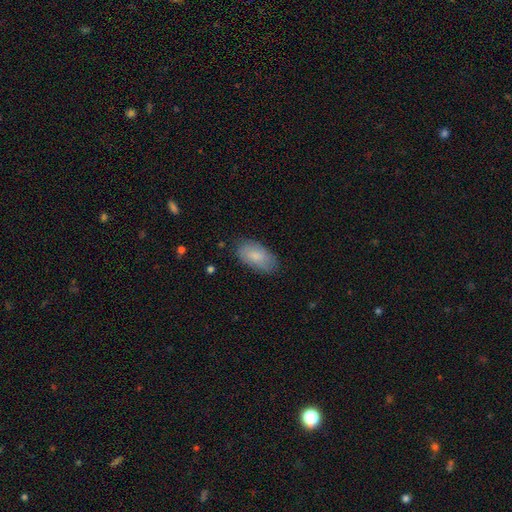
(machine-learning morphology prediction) Smooth or featured?
  - smooth: 80% *
  - featured or disk: 15%
  - star or artifact: 6%
How rounded?
  - in between: 94% *
  - round: 3%
  - cigar-shaped: 3%
Merging?
  - none: 80% *
  - minor disturbance: 16%
  - major disturbance: 3%
  - merger: 1%